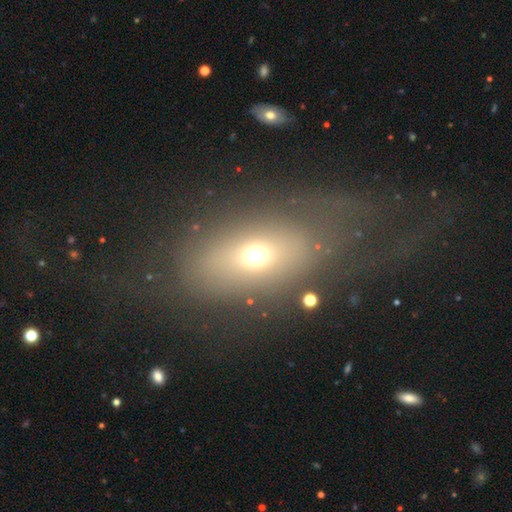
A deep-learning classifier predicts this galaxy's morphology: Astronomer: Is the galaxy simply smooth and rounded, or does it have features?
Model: smooth — 59%.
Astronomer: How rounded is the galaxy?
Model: in between — 74%.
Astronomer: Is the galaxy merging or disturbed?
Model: none — 45% (runner-up: major disturbance, 34%).